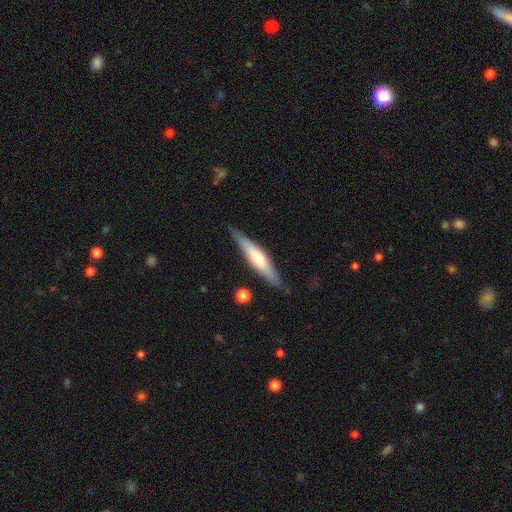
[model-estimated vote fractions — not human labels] Smooth or featured? Predicted: featured or disk (p=0.55). Edge-on disk? Predicted: yes (p=0.93). Edge-on bulge? Predicted: rounded (p=0.78). Merging? Predicted: none (p=0.84).